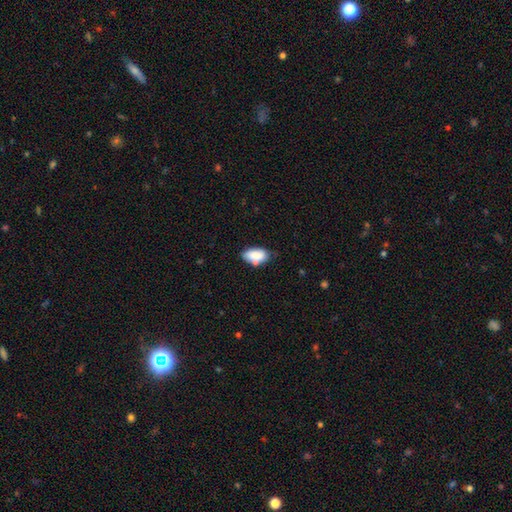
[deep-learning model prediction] A smooth galaxy with no disk features (84%) that is in between round and cigar-shaped (92%). Merging: none (61%).